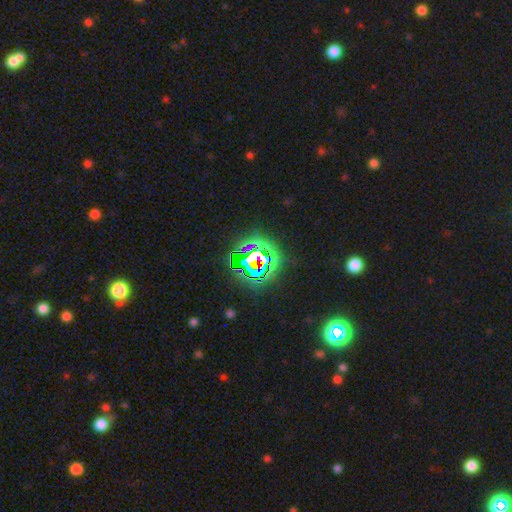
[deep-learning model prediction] A star or artifact, not a galaxy (77%).

Vote fractions:
- Smooth or featured? star or artifact: 77% / featured or disk: 12% / smooth: 11%